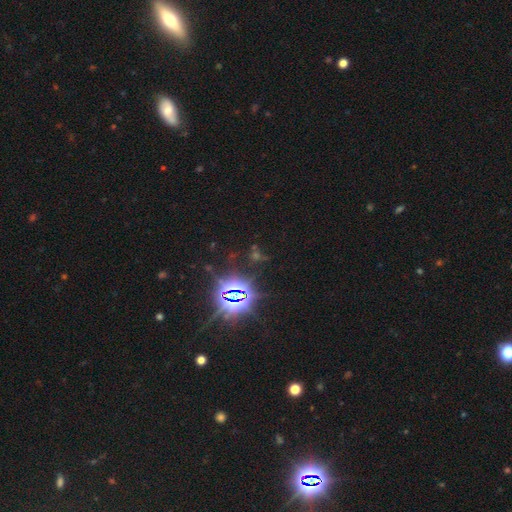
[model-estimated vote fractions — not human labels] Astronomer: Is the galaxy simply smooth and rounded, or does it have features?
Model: star or artifact — 82%.